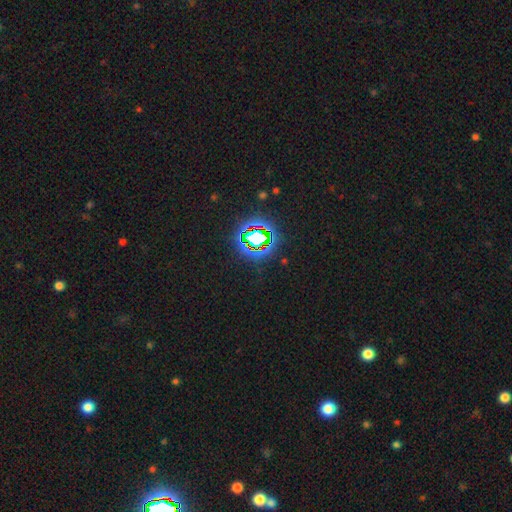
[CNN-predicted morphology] A star or artifact, not a galaxy (80%).